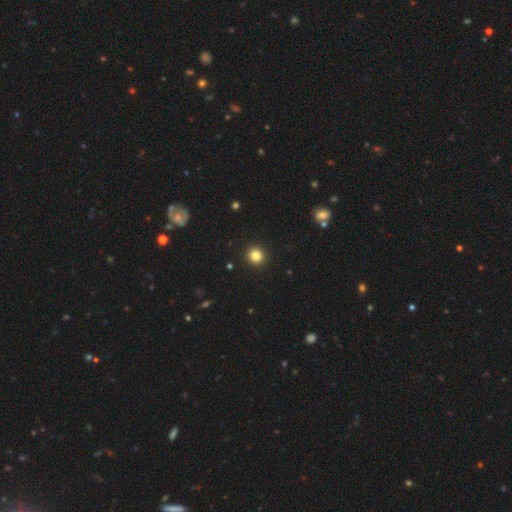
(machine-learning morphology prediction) Smooth or featured: smooth — 83% (star or artifact — 12%)
How rounded: round — 93% (in between — 7%)
Merging: none — 93% (minor disturbance — 4%)